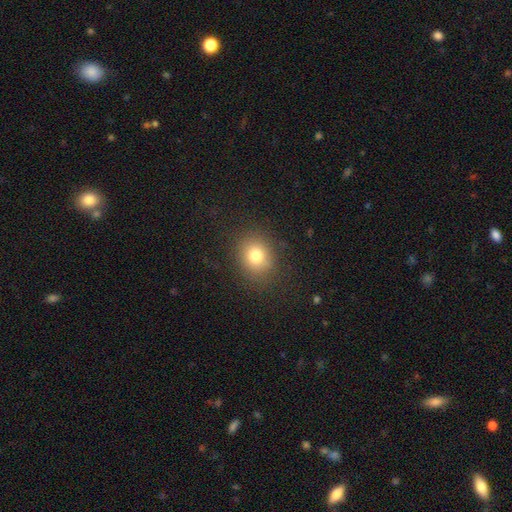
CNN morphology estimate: Q: Smooth or featured?
A: smooth (78%); runner-up: star or artifact (13%)
Q: How rounded?
A: round (67%); runner-up: in between (32%)
Q: Merging?
A: none (85%); runner-up: minor disturbance (10%)